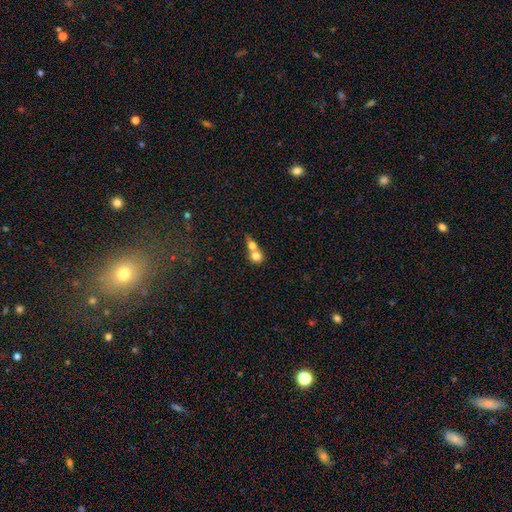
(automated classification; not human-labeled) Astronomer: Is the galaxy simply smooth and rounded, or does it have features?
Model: smooth — 74%.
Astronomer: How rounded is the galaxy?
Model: round — 73%.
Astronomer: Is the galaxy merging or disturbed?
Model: merger — 72%.